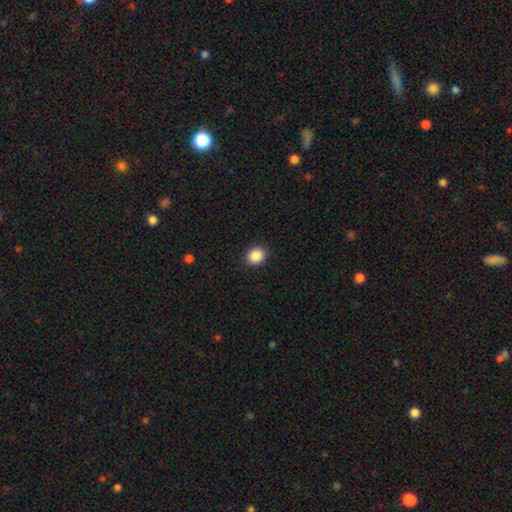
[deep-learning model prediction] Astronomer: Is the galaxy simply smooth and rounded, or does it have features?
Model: smooth — 88%.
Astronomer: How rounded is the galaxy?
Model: round — 72%.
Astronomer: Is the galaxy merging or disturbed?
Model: none — 91%.